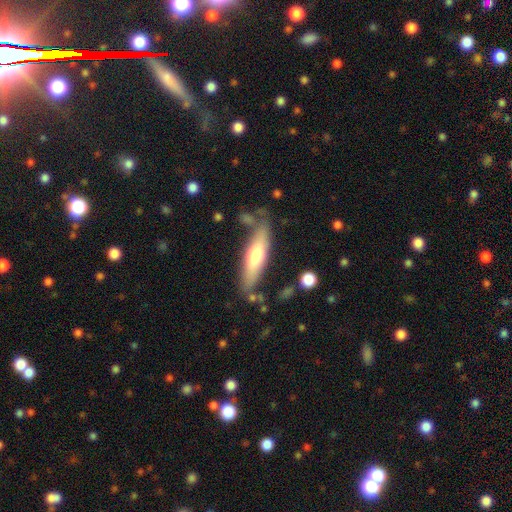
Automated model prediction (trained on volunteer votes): Overall: smooth (58%; featured or disk 37%). How rounded: cigar-shaped (65%; in between 33%). Merging: none (74%).